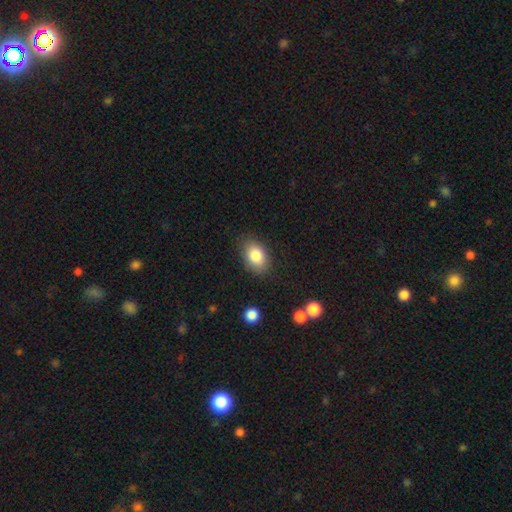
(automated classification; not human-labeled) Smooth or featured? Predicted: smooth (p=0.83). How rounded? Predicted: in between (p=0.83). Merging? Predicted: none (p=0.83).